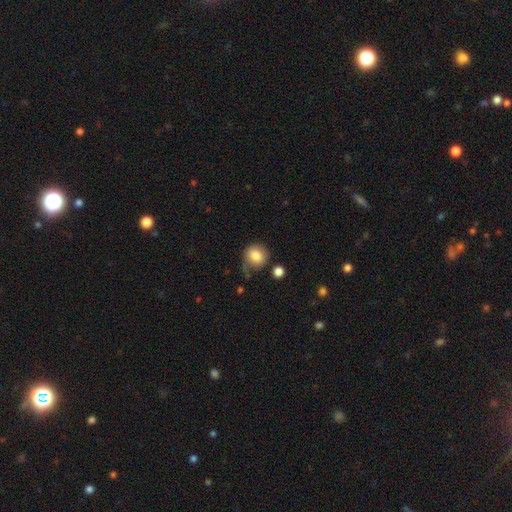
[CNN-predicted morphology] The model was most divided on "merging": none: 62%, minor disturbance: 24%, major disturbance: 9%, merger: 5%. More confident: how rounded — round (84%); smooth or featured — smooth (82%).